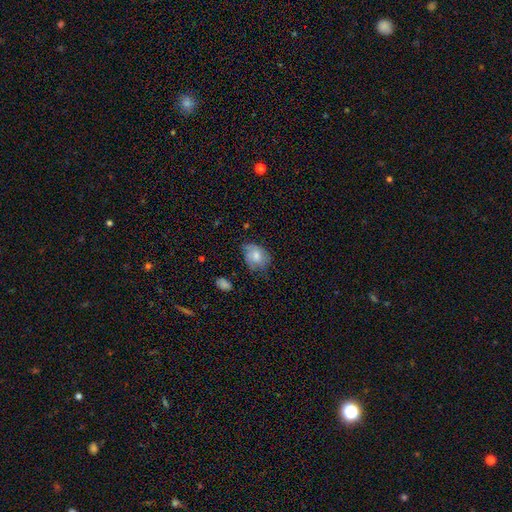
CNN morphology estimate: smooth 70%, featured or disk 21%, star or artifact 9%. Down the decision tree: how rounded — in between (62%); merging — none (49%).